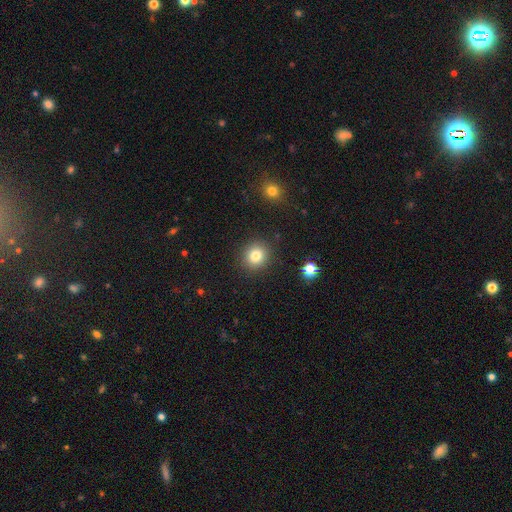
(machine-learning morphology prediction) smooth-or-featured: smooth: 81% | star or artifact: 12% | featured or disk: 7%
  how-rounded: round: 85% | in between: 14% | cigar-shaped: 1%
  merging: none: 89% | minor disturbance: 7% | major disturbance: 3% | merger: 2%